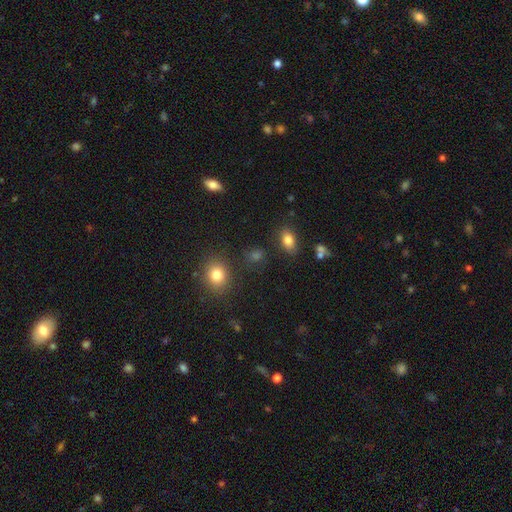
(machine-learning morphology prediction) The model was most divided on "how rounded": in between: 55%, round: 43%, cigar-shaped: 3%. More confident: merging — none (83%); smooth or featured — smooth (73%).